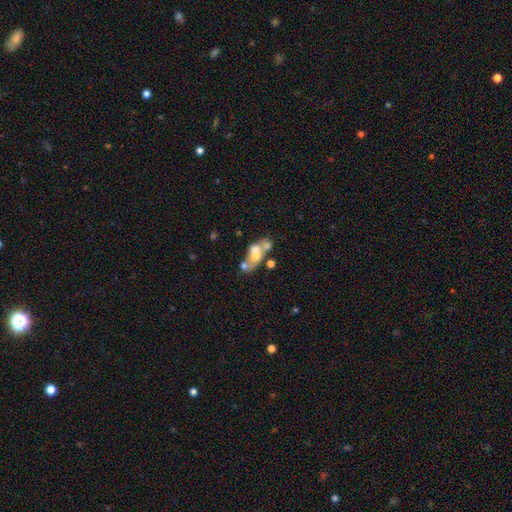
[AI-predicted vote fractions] This appears to be a featured or disk galaxy (47%). Merging: merger (53%).